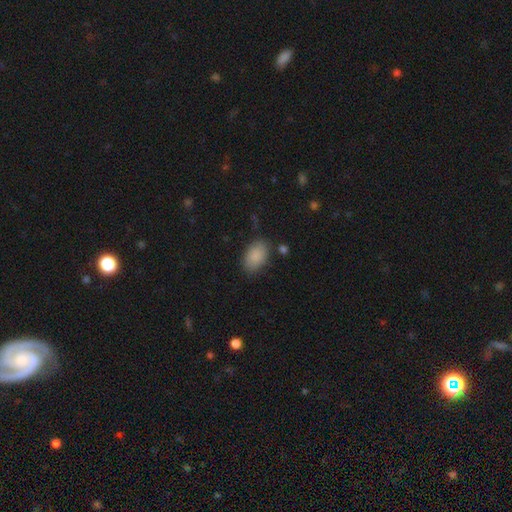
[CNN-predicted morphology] Smooth or featured? smooth (88%)
How rounded? in between (91%)
Merging? none (80%)